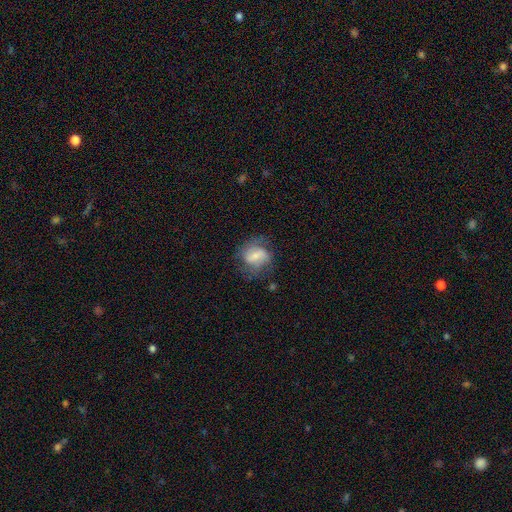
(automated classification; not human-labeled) Q: Smooth or featured?
A: featured or disk (51%); runner-up: smooth (41%)
Q: Edge-on disk?
A: no (96%); runner-up: yes (4%)
Q: Merging?
A: none (59%); runner-up: minor disturbance (24%)